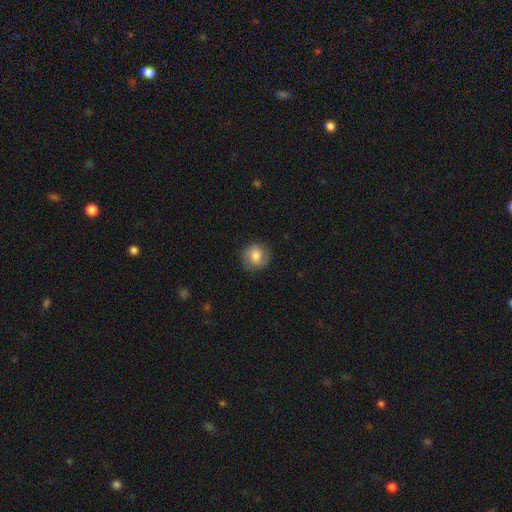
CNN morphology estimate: Q: Smooth or featured?
A: smooth (71%); runner-up: featured or disk (21%)
Q: How rounded?
A: round (88%); runner-up: in between (11%)
Q: Merging?
A: none (82%); runner-up: minor disturbance (13%)